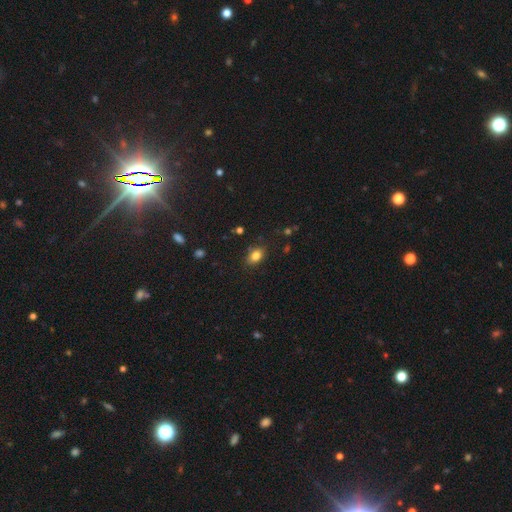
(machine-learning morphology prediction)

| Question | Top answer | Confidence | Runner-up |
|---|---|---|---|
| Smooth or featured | smooth | 81% | star or artifact (11%) |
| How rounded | in between | 77% | round (21%) |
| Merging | none | 81% | minor disturbance (14%) |